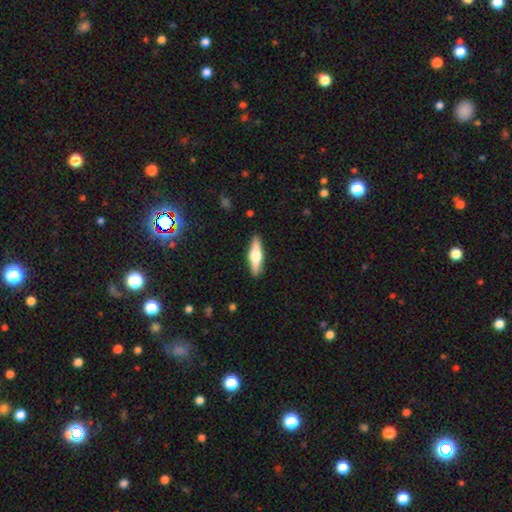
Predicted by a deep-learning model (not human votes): This appears to be a featured or disk galaxy (57%) viewed edge-on (94%) with a rounded central bulge (95%). Merging: none (90%).